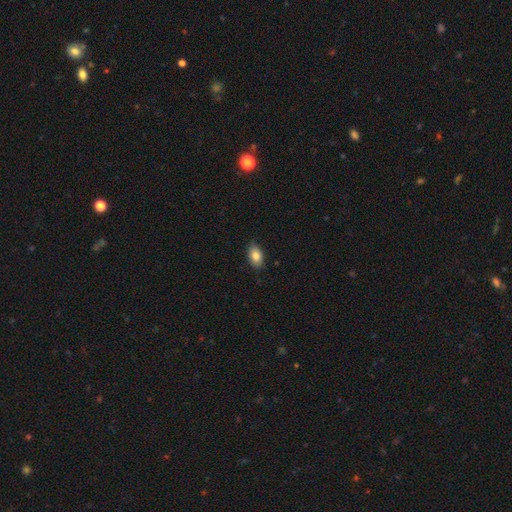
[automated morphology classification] smooth_or_featured: smooth (p=0.84) [alt: featured or disk p=0.08]
how_rounded: in between (p=0.90) [alt: round p=0.08]
merging: none (p=0.85) [alt: minor disturbance p=0.12]